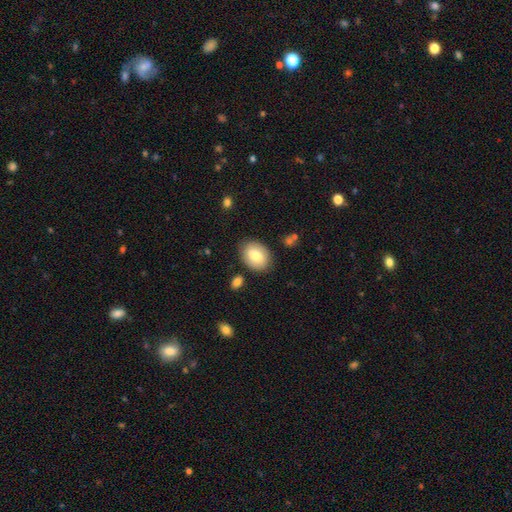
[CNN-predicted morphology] Smooth or featured: smooth — 78% (featured or disk — 15%)
How rounded: in between — 78% (round — 21%)
Merging: none — 82% (minor disturbance — 12%)